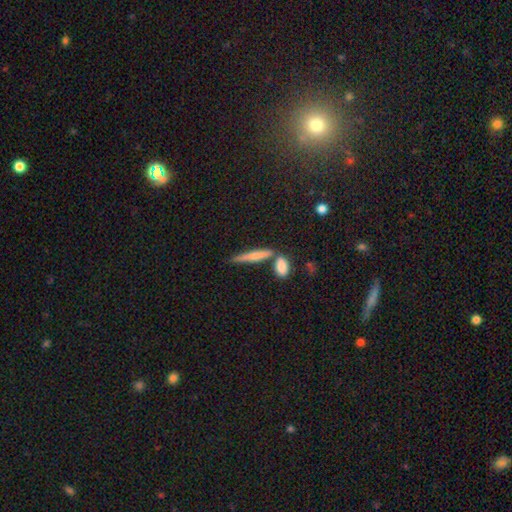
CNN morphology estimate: Smooth or featured: smooth — 63% (featured or disk — 29%)
How rounded: cigar-shaped — 84% (in between — 12%)
Merging: none — 66% (merger — 16%)